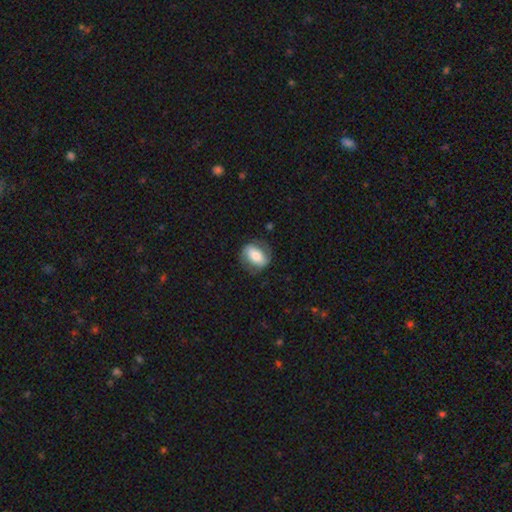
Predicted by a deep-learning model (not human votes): Q: Smooth or featured?
A: smooth (48%); runner-up: featured or disk (45%)
Q: Merging?
A: none (73%); runner-up: minor disturbance (17%)